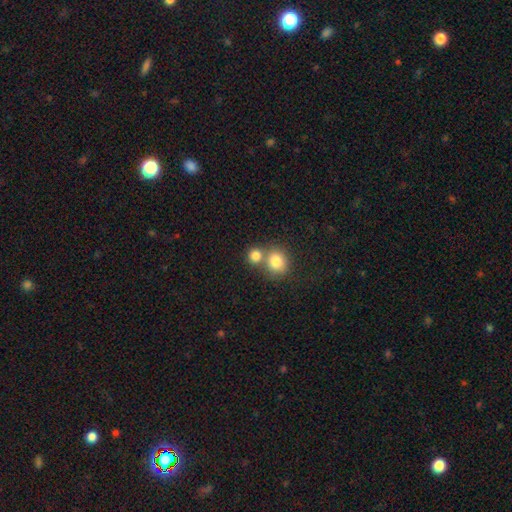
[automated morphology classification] Smooth or featured: smooth — 81% (star or artifact — 11%)
How rounded: round — 83% (in between — 16%)
Merging: none — 48% (merger — 42%)